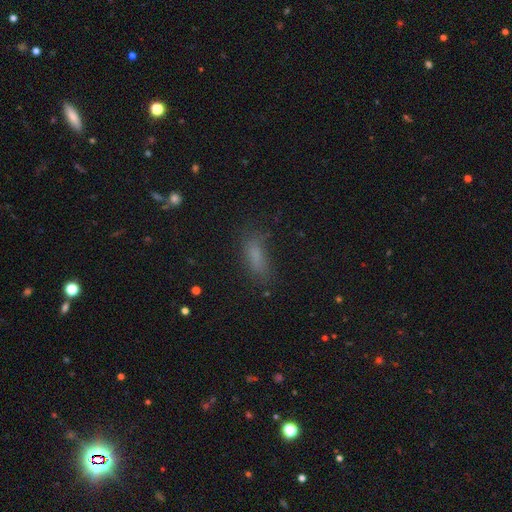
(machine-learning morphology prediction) Smooth or featured? Predicted: smooth (p=0.74). How rounded? Predicted: in between (p=0.60). Merging? Predicted: none (p=0.66).